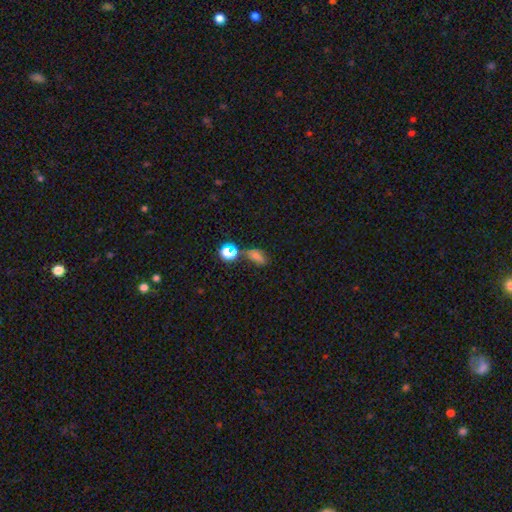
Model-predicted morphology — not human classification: A smooth galaxy with no disk features (55%) that is in between round and cigar-shaped (76%).

Vote fractions:
- Smooth or featured? smooth: 55% / star or artifact: 30% / featured or disk: 15%
- How rounded? in between: 76% / round: 18% / cigar-shaped: 7%
- Merging? none: 50% / minor disturbance: 20% / merger: 18% / major disturbance: 12%